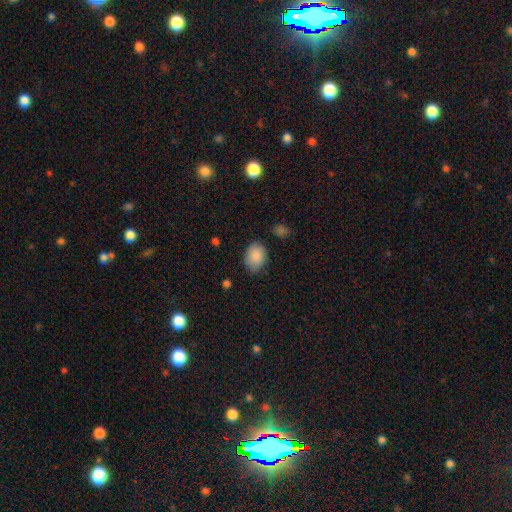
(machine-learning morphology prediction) smooth 87%, star or artifact 7%, featured or disk 5%. Down the decision tree: how rounded — in between (72%); merging — none (76%).